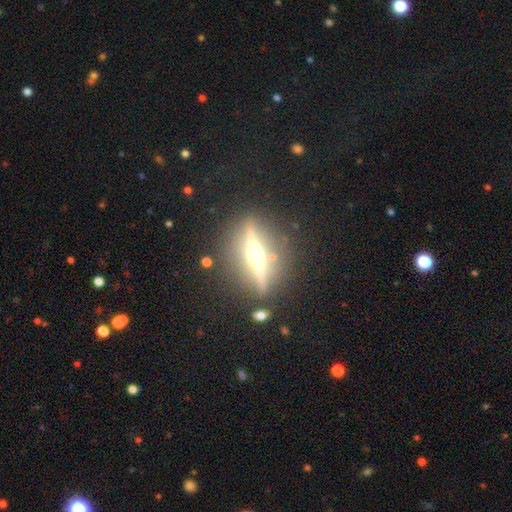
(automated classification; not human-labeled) smooth-or-featured: featured or disk: 83% | smooth: 9% | star or artifact: 8%
  disk-edge-on: yes: 95% | no: 5%
    edge-on-bulge: rounded: 95% | boxy: 2% | none: 2%
  merging: none: 87% | minor disturbance: 8% | major disturbance: 3% | merger: 2%